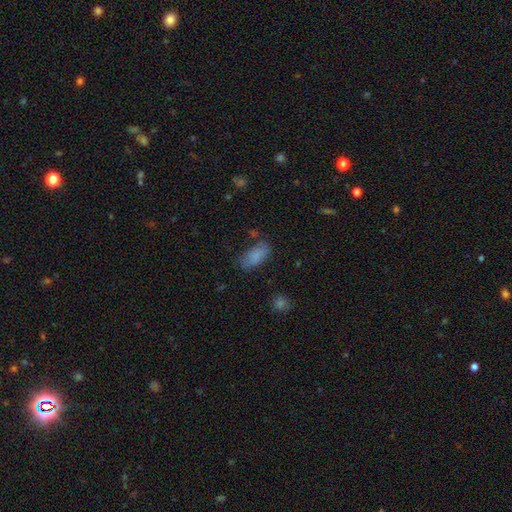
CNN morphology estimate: A smooth galaxy with no disk features (83%) that is in between round and cigar-shaped (89%).

Vote fractions:
- Smooth or featured? smooth: 83% / star or artifact: 9% / featured or disk: 7%
- How rounded? in between: 89% / cigar-shaped: 8% / round: 3%
- Merging? none: 67% / minor disturbance: 22% / major disturbance: 7% / merger: 4%